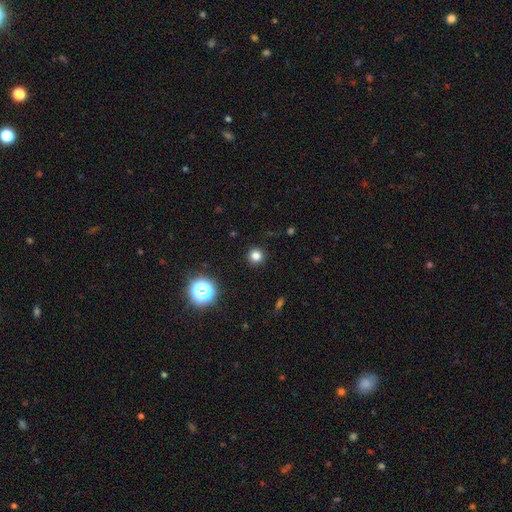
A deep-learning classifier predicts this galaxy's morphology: The model was most divided on "smooth or featured": smooth: 80%, star or artifact: 15%, featured or disk: 5%. More confident: how rounded — round (95%); merging — none (93%).